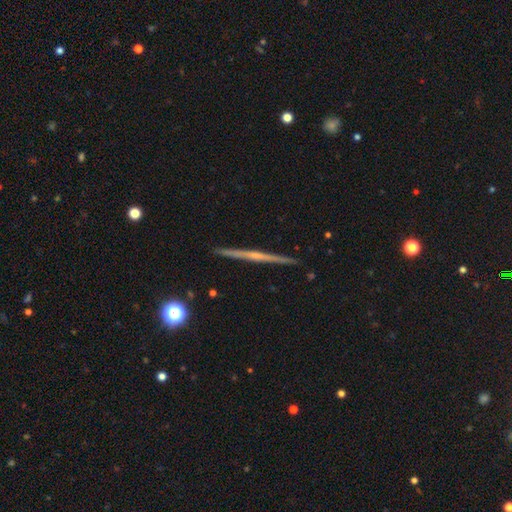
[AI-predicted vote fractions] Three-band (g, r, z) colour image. It shows a featured or disk galaxy (80%) viewed edge-on (99%) with a rounded central bulge (60%). Merging: none (93%).